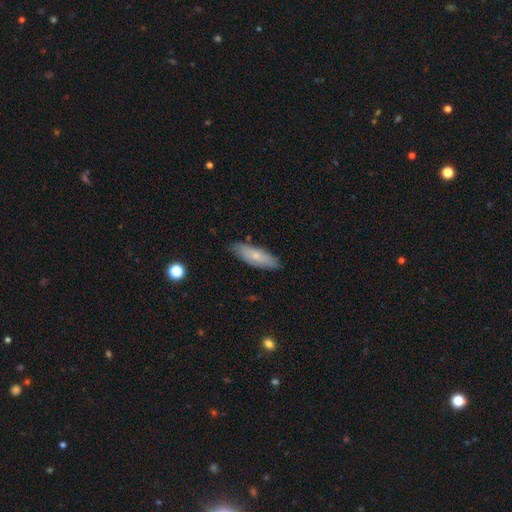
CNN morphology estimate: Smooth or featured?
  - smooth: 68% *
  - featured or disk: 25%
  - star or artifact: 6%
How rounded?
  - in between: 55% *
  - cigar-shaped: 43%
  - round: 2%
Merging?
  - none: 80% *
  - minor disturbance: 16%
  - major disturbance: 2%
  - merger: 1%